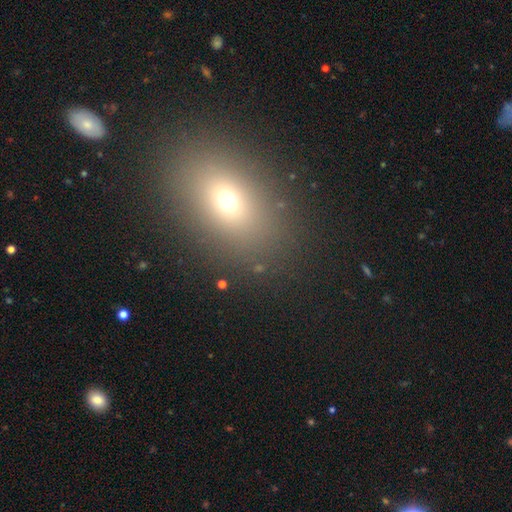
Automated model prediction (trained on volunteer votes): A smooth galaxy with no disk features (65%) that is in between round and cigar-shaped (70%). Merging: none (86%).